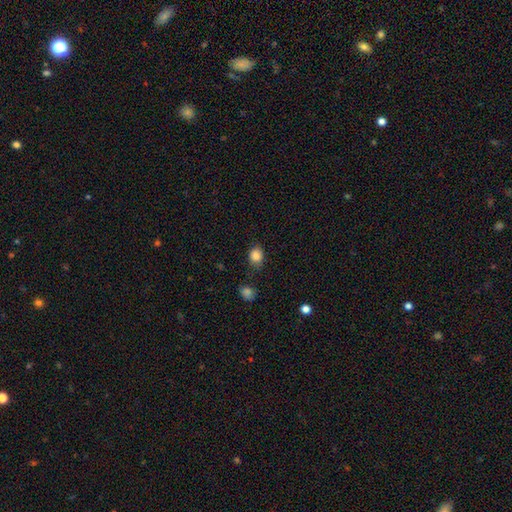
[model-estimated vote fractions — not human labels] Smooth or featured? Predicted: smooth (p=0.85). How rounded? Predicted: in between (p=0.50). Merging? Predicted: none (p=0.74).